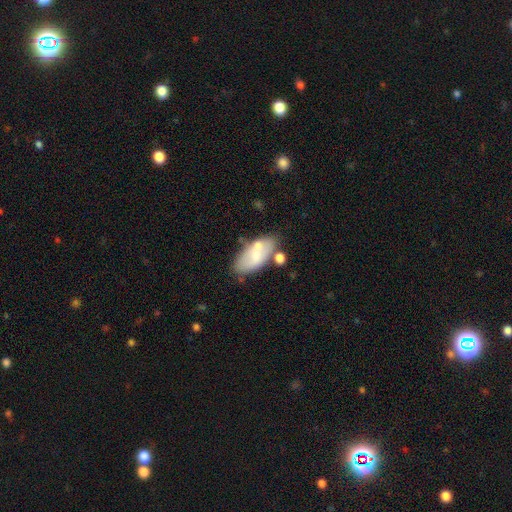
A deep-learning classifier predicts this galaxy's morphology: This appears to be a smooth galaxy with no disk features (66%) that is in between round and cigar-shaped (91%). Merging: none (52%).